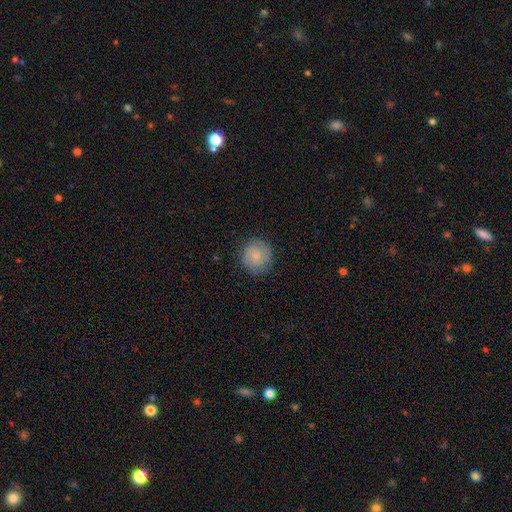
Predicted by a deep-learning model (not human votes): Smooth or featured? smooth (58%)
How rounded? round (89%)
Merging? none (83%)